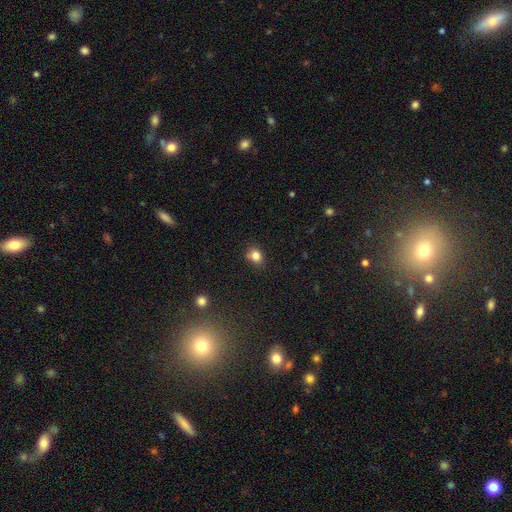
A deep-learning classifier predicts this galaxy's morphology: smooth 80%, star or artifact 12%, featured or disk 8%. Down the decision tree: how rounded — round (54%); merging — none (70%).